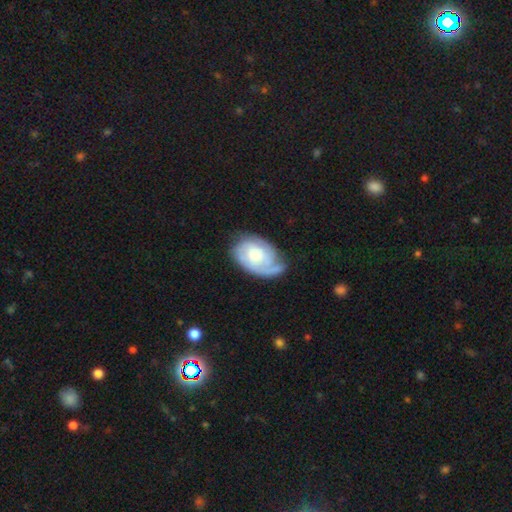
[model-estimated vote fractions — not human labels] smooth_or_featured: featured or disk (p=0.72) [alt: smooth p=0.23]
disk_edge_on: no (p=0.97) [alt: yes p=0.03]
bar: no (p=0.72) [alt: weak p=0.24]
has_spiral_arms: yes (p=0.91) [alt: no p=0.09]
spiral_winding: tight (p=0.56) [alt: medium p=0.32]
spiral_arm_count: 2 (p=0.30) [alt: can't tell p=0.28]
bulge_size: moderate (p=0.40) [alt: small p=0.30]
merging: none (p=0.53) [alt: minor disturbance p=0.29]